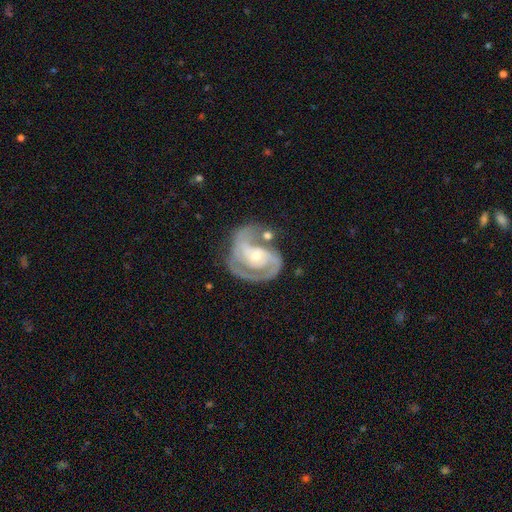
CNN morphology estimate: Q: Smooth or featured?
A: featured or disk (89%); runner-up: smooth (6%)
Q: Edge-on disk?
A: no (98%); runner-up: yes (2%)
Q: Bar?
A: no (55%); runner-up: weak (33%)
Q: Spiral arms?
A: yes (96%); runner-up: no (4%)
Q: Spiral winding?
A: tight (48%); runner-up: medium (42%)
Q: Spiral arm count?
A: 2 (70%); runner-up: 1 (10%)
Q: Bulge size?
A: small (56%); runner-up: moderate (39%)
Q: Merging?
A: none (47%); runner-up: minor disturbance (21%)